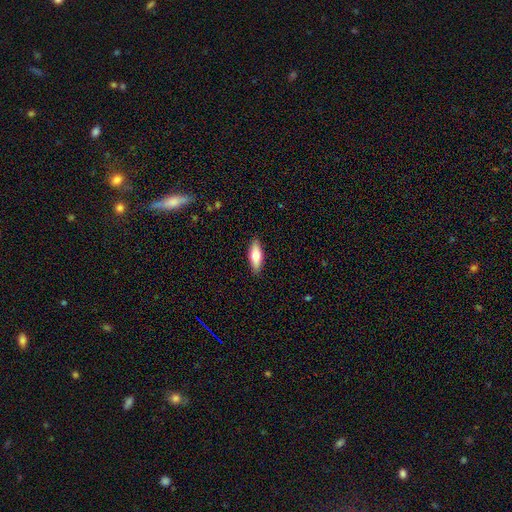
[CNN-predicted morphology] Smooth or featured? Predicted: smooth (p=0.70). How rounded? Predicted: in between (p=0.65). Merging? Predicted: none (p=0.89).